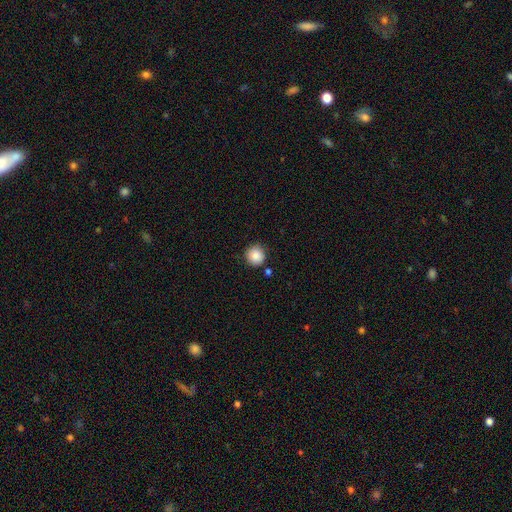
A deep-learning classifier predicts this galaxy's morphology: Smooth or featured: smooth — 86% (star or artifact — 9%)
How rounded: round — 94% (in between — 5%)
Merging: none — 85% (minor disturbance — 9%)